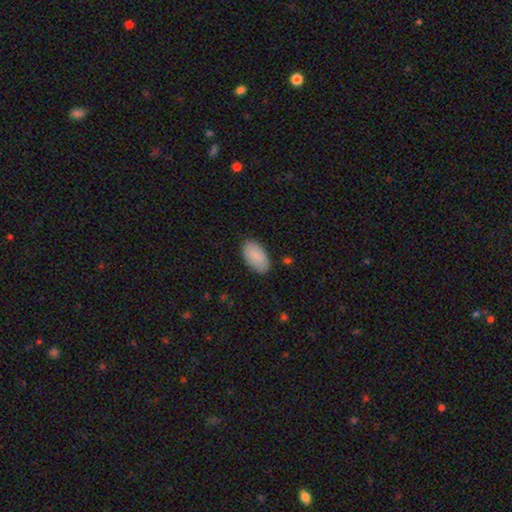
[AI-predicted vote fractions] smooth_or_featured: smooth (p=0.87) [alt: featured or disk p=0.07]
how_rounded: in between (p=0.95) [alt: round p=0.03]
merging: none (p=0.83) [alt: minor disturbance p=0.13]